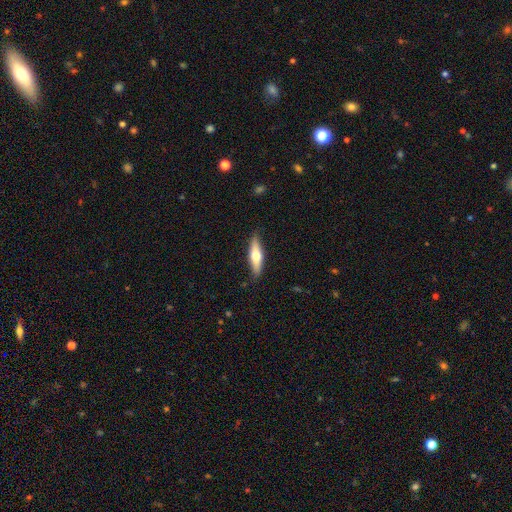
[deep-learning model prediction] Q: Smooth or featured?
A: smooth (49%); runner-up: featured or disk (45%)
Q: Merging?
A: none (84%); runner-up: minor disturbance (13%)